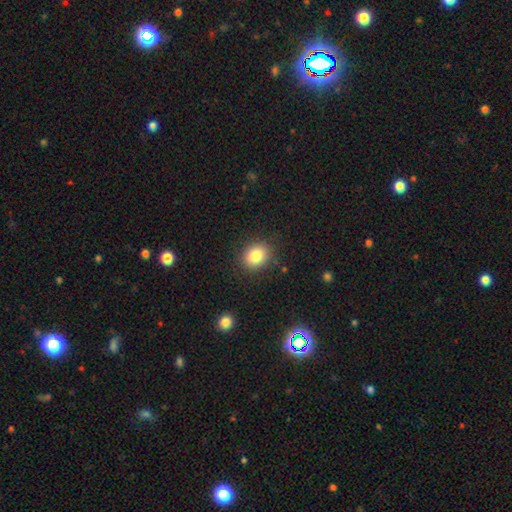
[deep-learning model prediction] smooth-or-featured: smooth: 83% | star or artifact: 10% | featured or disk: 7%
  how-rounded: round: 57% | in between: 42% | cigar-shaped: 1%
  merging: none: 86% | minor disturbance: 9% | major disturbance: 3% | merger: 1%